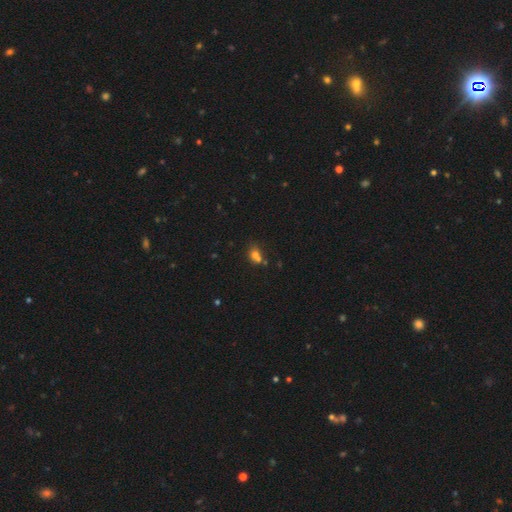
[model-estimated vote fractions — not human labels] Smooth or featured? smooth (70%)
How rounded? round (54%)
Merging? none (43%)